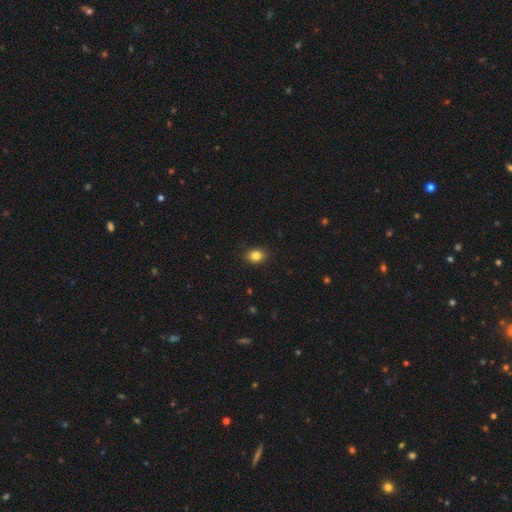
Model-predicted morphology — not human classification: A smooth galaxy with no disk features (84%) that is round (51%).

Vote fractions:
- Smooth or featured? smooth: 84% / star or artifact: 11% / featured or disk: 6%
- How rounded? round: 51% / in between: 48% / cigar-shaped: 1%
- Merging? none: 90% / minor disturbance: 7% / major disturbance: 2% / merger: 1%